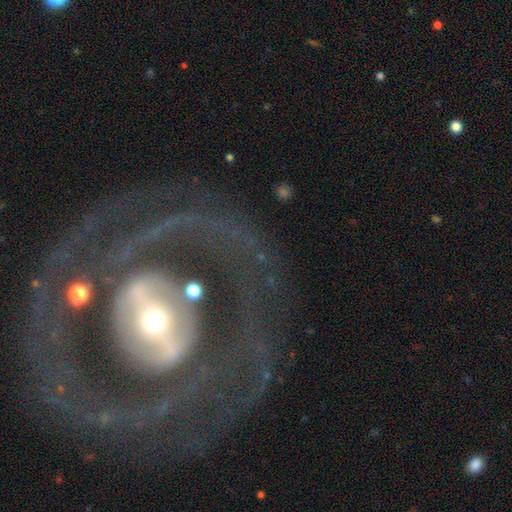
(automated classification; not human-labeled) Morphology: type=featured or disk (86%); edge-on=no (96%); bar=strong (48%); spiral arms=yes (85%); winding=tight (47%); arm count=2 (67%); bulge=small (45%); merging=none (71%).